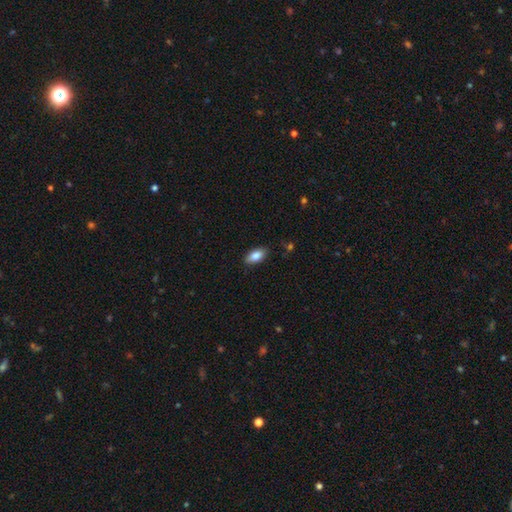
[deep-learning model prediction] This is clearly a smooth galaxy (84%). How rounded: clearly in between (89%). Merging: clearly none (86%).